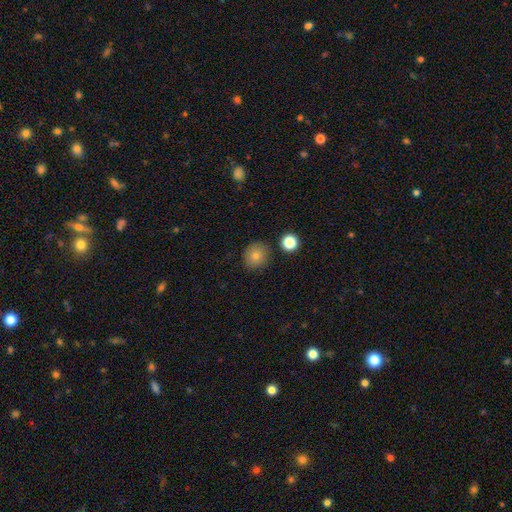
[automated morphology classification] Smooth or featured? Predicted: smooth (p=0.78). How rounded? Predicted: round (p=0.83). Merging? Predicted: none (p=0.86).